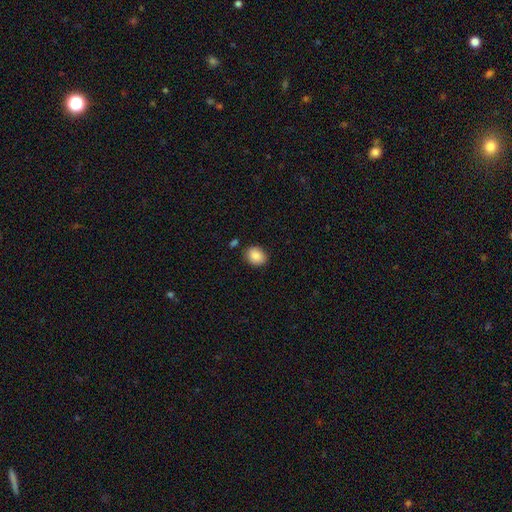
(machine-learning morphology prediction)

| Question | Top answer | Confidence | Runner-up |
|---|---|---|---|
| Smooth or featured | smooth | 87% | star or artifact (8%) |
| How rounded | in between | 50% | round (49%) |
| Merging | none | 84% | minor disturbance (10%) |